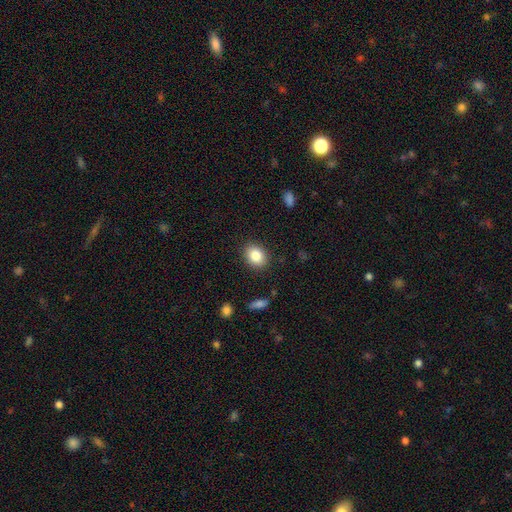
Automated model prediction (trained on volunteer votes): smooth_or_featured: smooth (p=0.84) [alt: star or artifact p=0.09]
how_rounded: in between (p=0.62) [alt: round p=0.37]
merging: none (p=0.87) [alt: minor disturbance p=0.09]